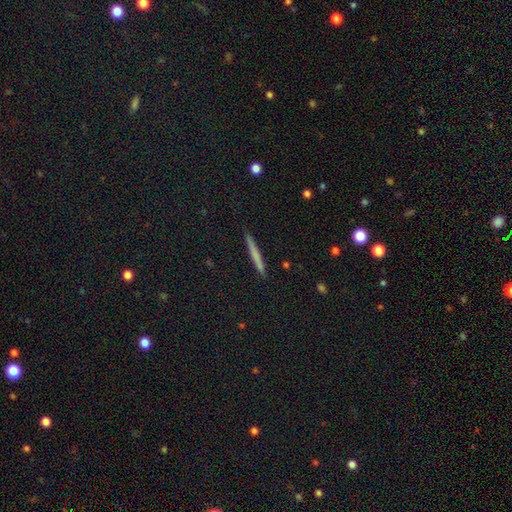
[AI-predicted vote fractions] Overall: smooth (64%; featured or disk 29%). How rounded: cigar-shaped (97%). Merging: none (91%).